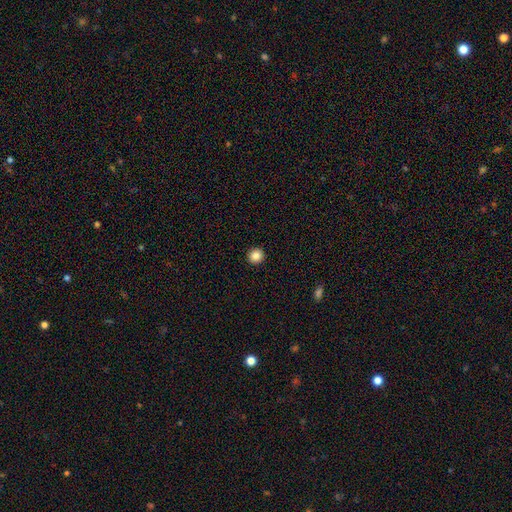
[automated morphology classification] type=smooth (86%); roundness=round (95%); merging=none (94%).